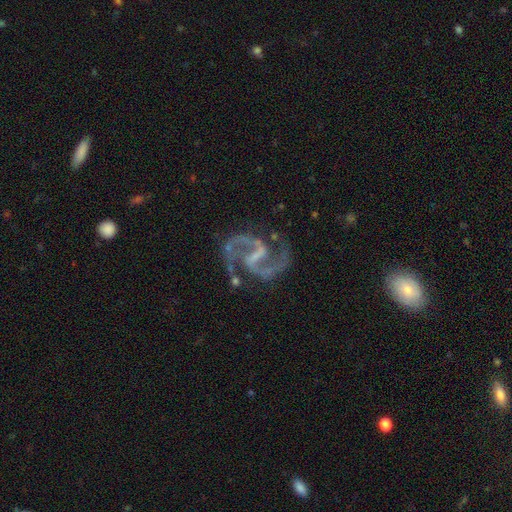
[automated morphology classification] smooth-or-featured: featured or disk: 93% | star or artifact: 4% | smooth: 2%
  disk-edge-on: no: 98% | yes: 2%
    bar: weak: 45% | strong: 40% | no: 15%
    has-spiral-arms: yes: 98% | no: 2%
      spiral-winding: medium: 65% | loose: 23% | tight: 12%
      spiral-arm-count: 2: 94% | can't tell: 1% | 3: 1% | 1: 1% | 4: 1% | more than 4: 1%
    bulge-size: none: 52% | small: 35% | moderate: 11% | large: 1% | dominant: 1%
  merging: none: 75% | minor disturbance: 15% | major disturbance: 7% | merger: 3%